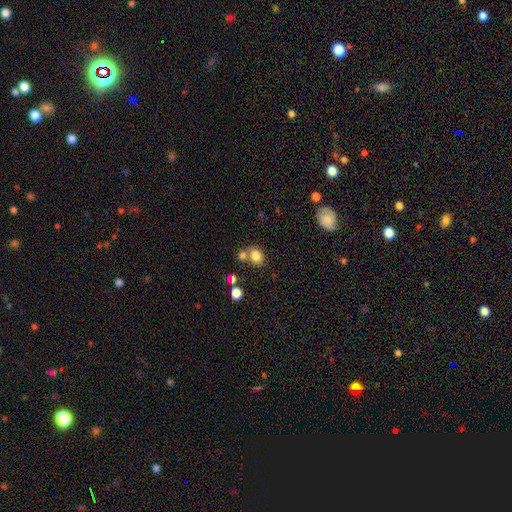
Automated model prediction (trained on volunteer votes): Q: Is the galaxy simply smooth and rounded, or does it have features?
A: smooth — 81%.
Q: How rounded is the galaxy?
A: round — 55%.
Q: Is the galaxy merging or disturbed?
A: none — 54%.